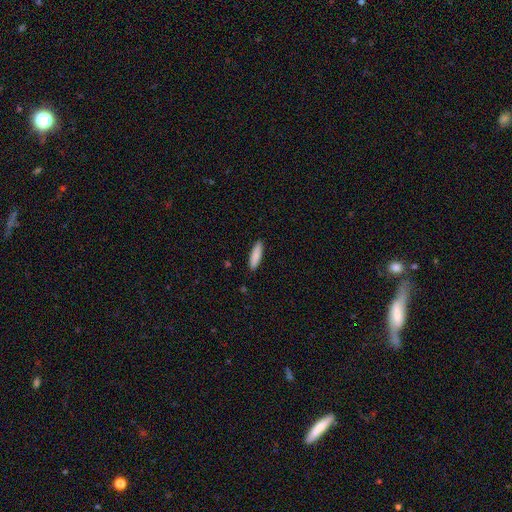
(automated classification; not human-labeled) Morphology: type=smooth (87%); roundness=cigar-shaped (67%); merging=none (90%).